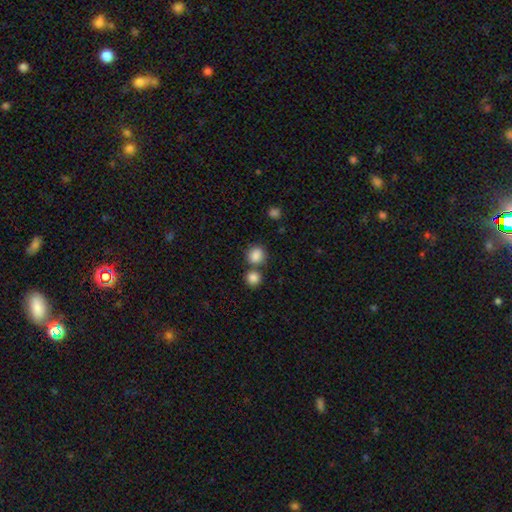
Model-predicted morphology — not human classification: This appears to be a smooth galaxy with no disk features (86%) that is round (79%). Merging: none (61%).